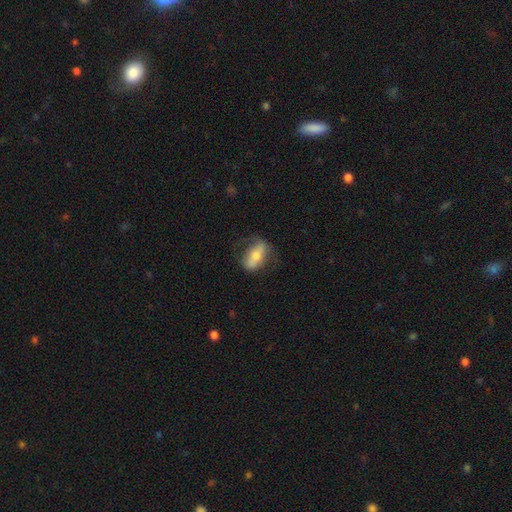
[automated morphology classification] Smooth or featured: smooth — 50% (featured or disk — 43%)
How rounded: in between — 77% (cigar-shaped — 16%)
Merging: none — 66% (minor disturbance — 22%)